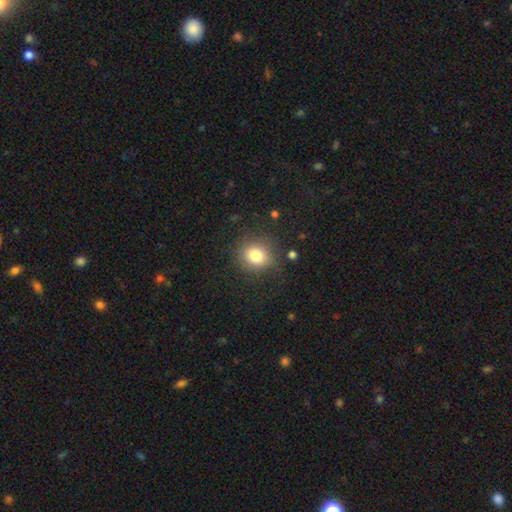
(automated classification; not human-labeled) smooth-or-featured: smooth: 80% | star or artifact: 12% | featured or disk: 8%
  how-rounded: round: 79% | in between: 20% | cigar-shaped: 1%
  merging: none: 82% | minor disturbance: 12% | major disturbance: 4% | merger: 2%